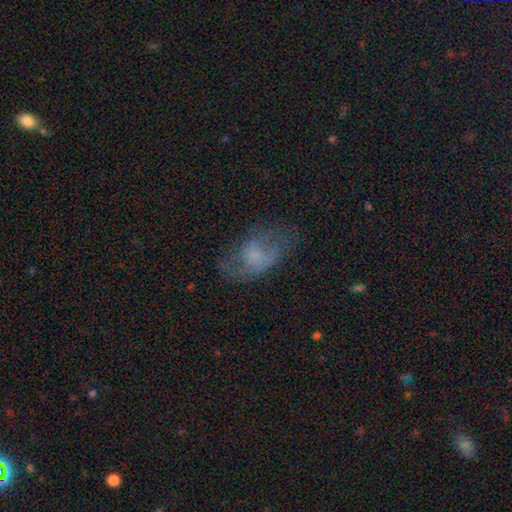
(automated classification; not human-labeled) The model was most divided on "smooth or featured": smooth: 51%, featured or disk: 37%, star or artifact: 12%. Remaining: how rounded — in between (88%); merging — none (50%).